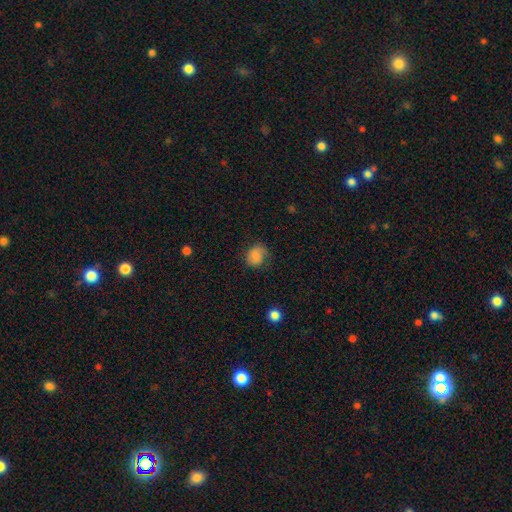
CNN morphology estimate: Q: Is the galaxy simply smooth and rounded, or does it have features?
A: smooth — 80%.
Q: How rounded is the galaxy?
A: round — 64%.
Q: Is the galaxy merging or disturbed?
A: none — 64%.